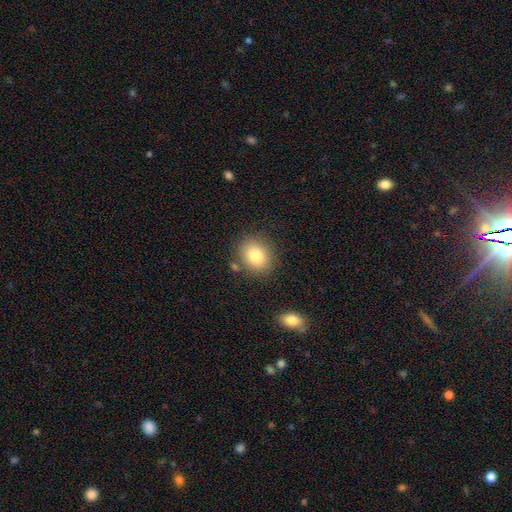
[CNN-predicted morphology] A smooth galaxy with no disk features (81%) that is round (64%).

Vote fractions:
- Smooth or featured? smooth: 81% / star or artifact: 10% / featured or disk: 9%
- How rounded? round: 64% / in between: 36% / cigar-shaped: 1%
- Merging? none: 82% / minor disturbance: 11% / merger: 5% / major disturbance: 3%